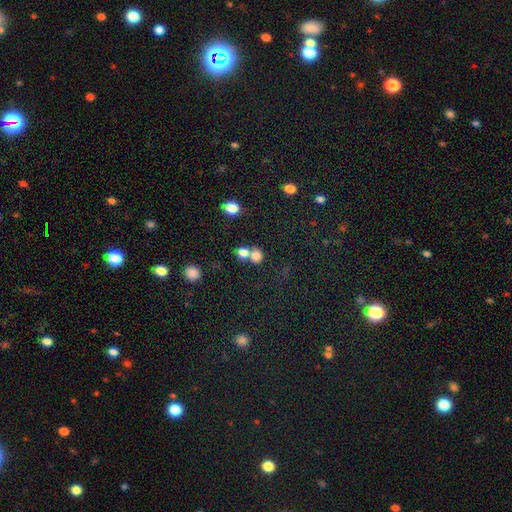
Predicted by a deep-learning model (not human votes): Smooth or featured? smooth (78%)
How rounded? round (72%)
Merging? merger (52%)